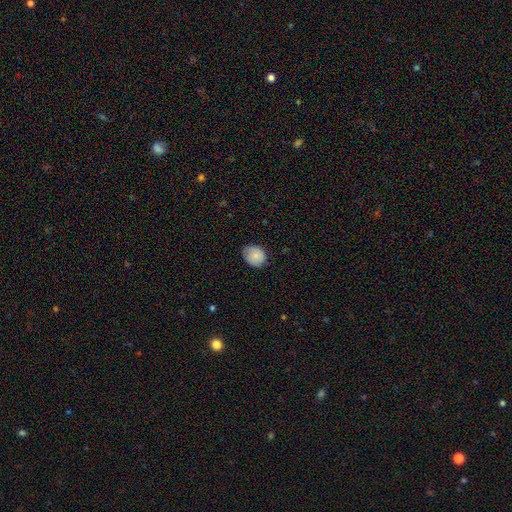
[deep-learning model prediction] smooth_or_featured: smooth (p=0.81) [alt: featured or disk p=0.12]
how_rounded: round (p=0.61) [alt: in between p=0.38]
merging: none (p=0.71) [alt: minor disturbance p=0.24]